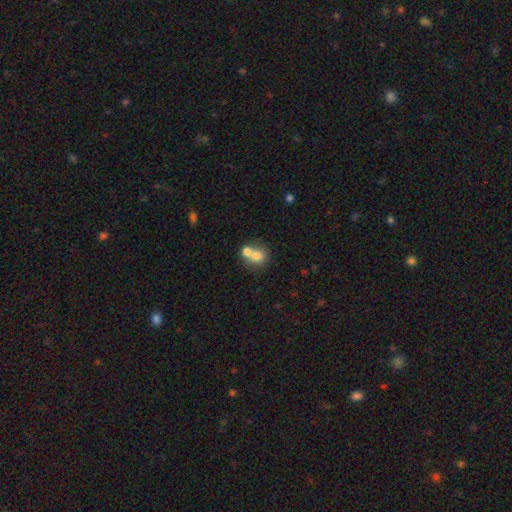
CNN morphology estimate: smooth 71%, featured or disk 19%, star or artifact 10%. Down the decision tree: how rounded — round (73%); merging — merger (60%).